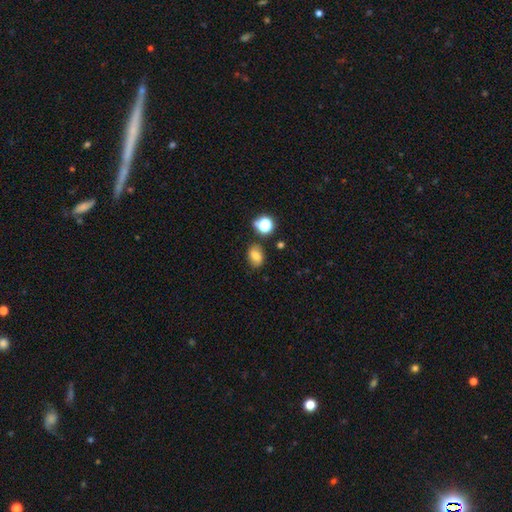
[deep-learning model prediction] smooth-or-featured: smooth: 71% | star or artifact: 15% | featured or disk: 14%
  how-rounded: in between: 66% | round: 33% | cigar-shaped: 2%
  merging: none: 77% | minor disturbance: 14% | merger: 5% | major disturbance: 4%